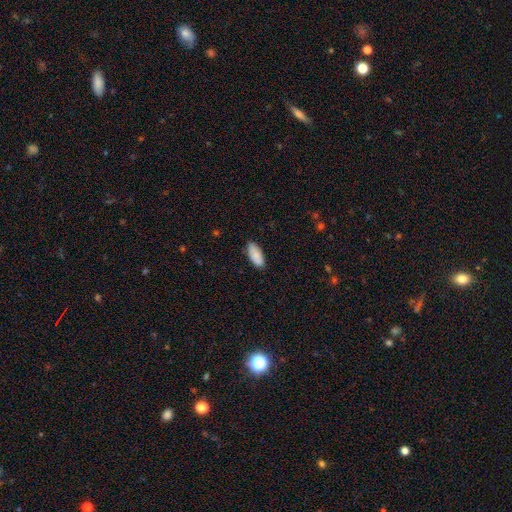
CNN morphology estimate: This is clearly a smooth galaxy (86%). How rounded: clearly in between (89%). Merging: clearly none (83%).